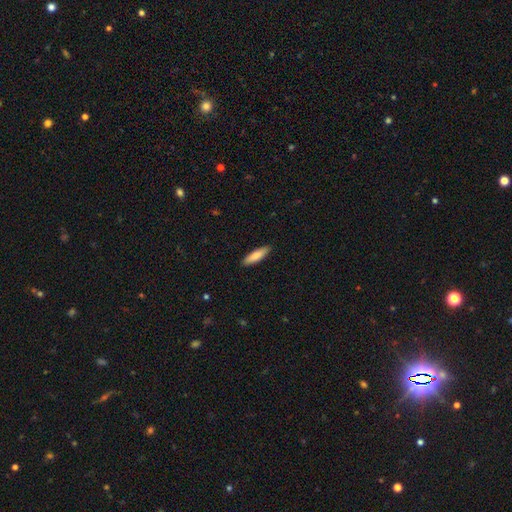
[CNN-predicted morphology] This appears to be a smooth galaxy with no disk features (83%) that is cigar-shaped (66%). Merging: none (90%).